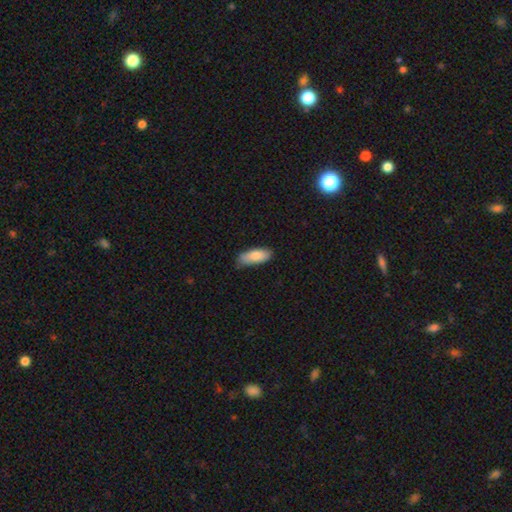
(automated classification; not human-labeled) Smooth or featured? Predicted: smooth (p=0.85). How rounded? Predicted: in between (p=0.79). Merging? Predicted: none (p=0.67).